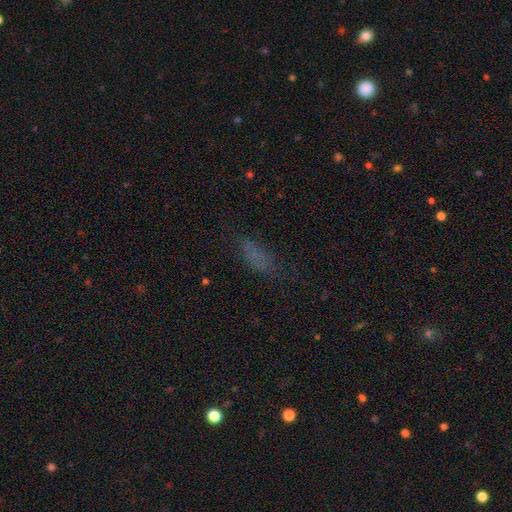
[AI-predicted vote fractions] A smooth galaxy with no disk features (68%) that is in between round and cigar-shaped (63%).

Vote fractions:
- Smooth or featured? smooth: 68% / star or artifact: 20% / featured or disk: 13%
- How rounded? in between: 63% / cigar-shaped: 34% / round: 4%
- Merging? none: 62% / minor disturbance: 22% / major disturbance: 14% / merger: 2%